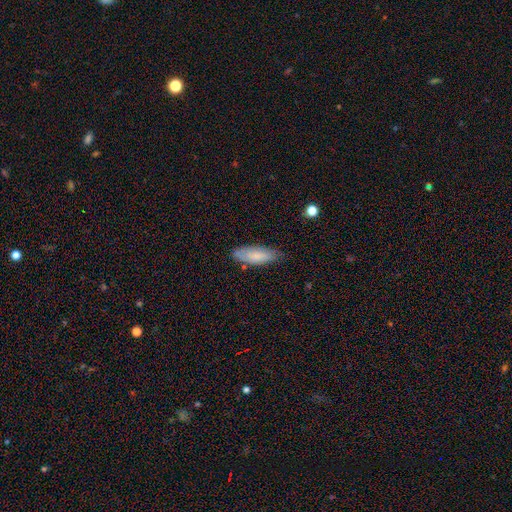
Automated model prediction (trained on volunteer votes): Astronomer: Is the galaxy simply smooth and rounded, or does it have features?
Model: smooth — 76%.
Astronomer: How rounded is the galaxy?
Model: in between — 69%.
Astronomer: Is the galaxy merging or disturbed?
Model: none — 72%.